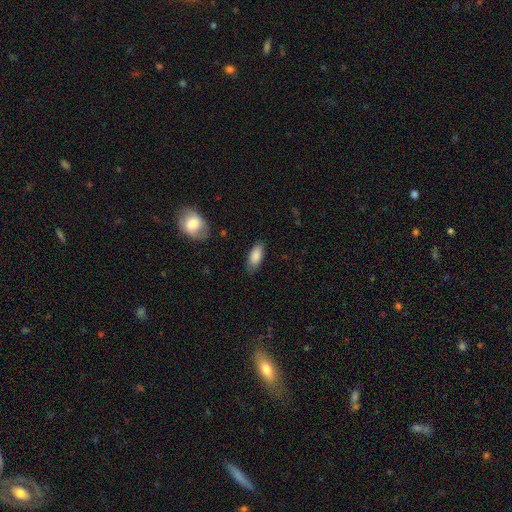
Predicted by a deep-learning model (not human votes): This is clearly a smooth galaxy (87%). How rounded: clearly in between (86%). Merging: clearly none (81%).